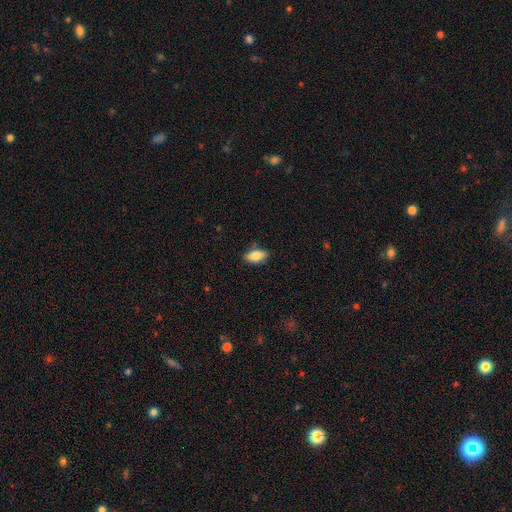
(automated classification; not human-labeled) Smooth or featured: smooth — 80% (featured or disk — 13%)
How rounded: in between — 89% (cigar-shaped — 6%)
Merging: none — 83% (minor disturbance — 13%)